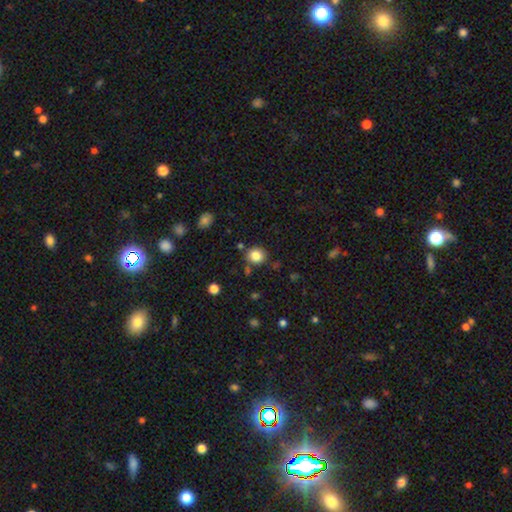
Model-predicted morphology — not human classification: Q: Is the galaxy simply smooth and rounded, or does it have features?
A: smooth — 83%.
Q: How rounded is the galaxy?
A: round — 84%.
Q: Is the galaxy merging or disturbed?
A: none — 83%.